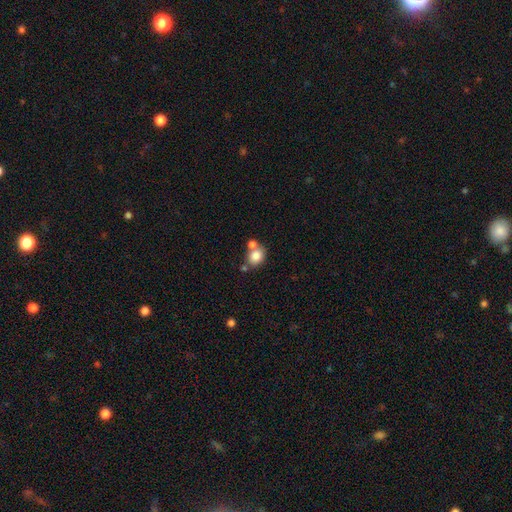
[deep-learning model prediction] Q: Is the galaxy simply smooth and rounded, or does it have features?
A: smooth — 81%.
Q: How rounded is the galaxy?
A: round — 57%.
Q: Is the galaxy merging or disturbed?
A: none — 49%.